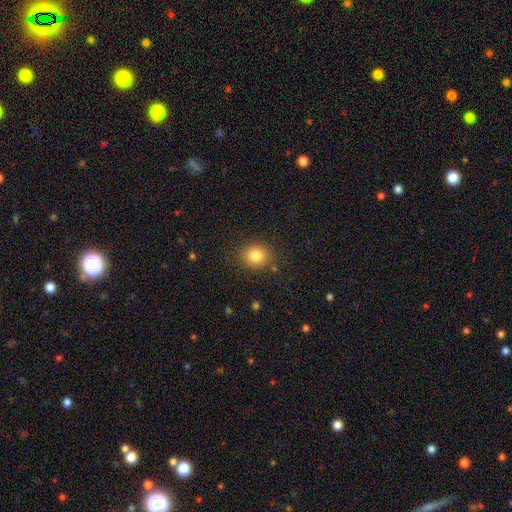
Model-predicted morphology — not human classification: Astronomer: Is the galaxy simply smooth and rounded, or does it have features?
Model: smooth — 83%.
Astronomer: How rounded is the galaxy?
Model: round — 75%.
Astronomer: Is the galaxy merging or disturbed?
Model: none — 84%.